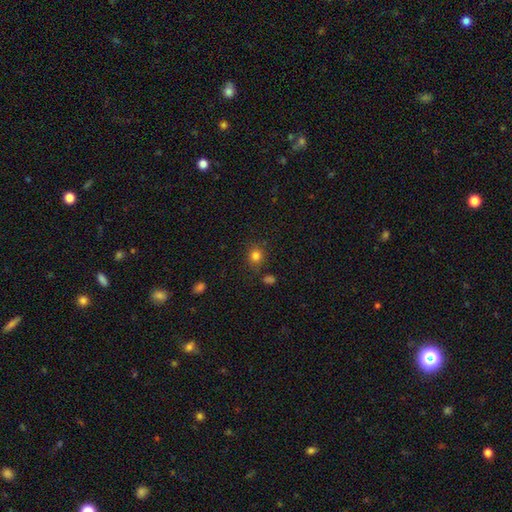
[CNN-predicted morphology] Smooth or featured? Predicted: smooth (p=0.81). How rounded? Predicted: round (p=0.77). Merging? Predicted: none (p=0.80).